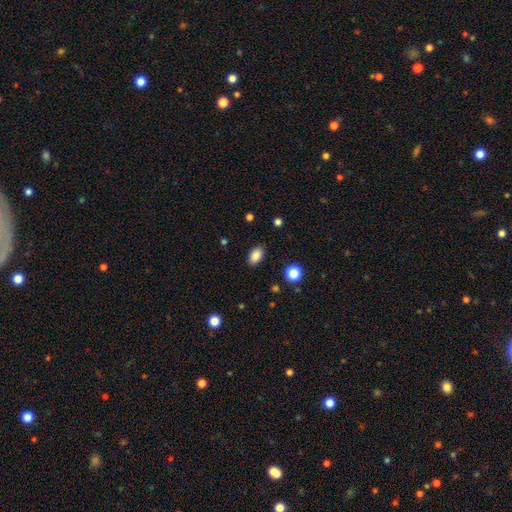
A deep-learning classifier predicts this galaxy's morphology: smooth-or-featured: smooth: 87% | star or artifact: 9% | featured or disk: 4%
  how-rounded: in between: 89% | round: 10% | cigar-shaped: 2%
  merging: none: 87% | minor disturbance: 9% | major disturbance: 3% | merger: 1%